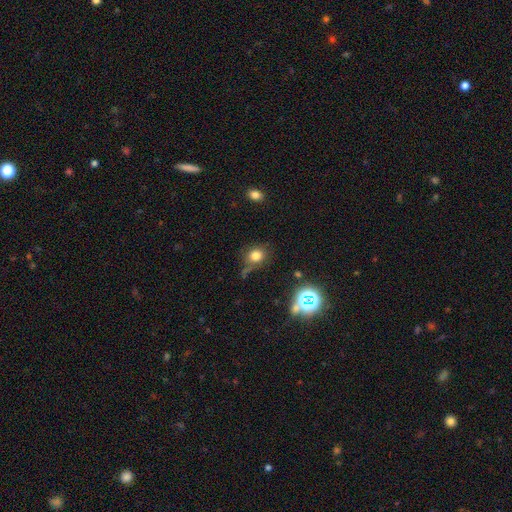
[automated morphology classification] Smooth or featured?
  - smooth: 75% *
  - star or artifact: 17%
  - featured or disk: 8%
How rounded?
  - round: 73% *
  - in between: 26%
  - cigar-shaped: 1%
Merging?
  - none: 66% *
  - minor disturbance: 20%
  - major disturbance: 8%
  - merger: 6%